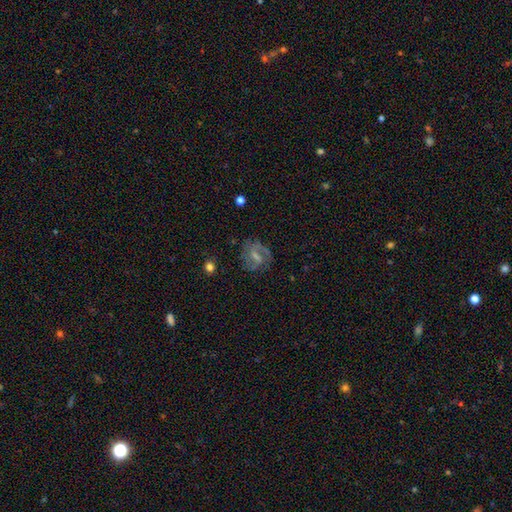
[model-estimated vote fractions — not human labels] This appears to be a featured or disk galaxy (66%) with a weak bar (50%), 2 (64%) medium (47%) spiral arms (83%) and a small central bulge (35%). Merging: none (63%).